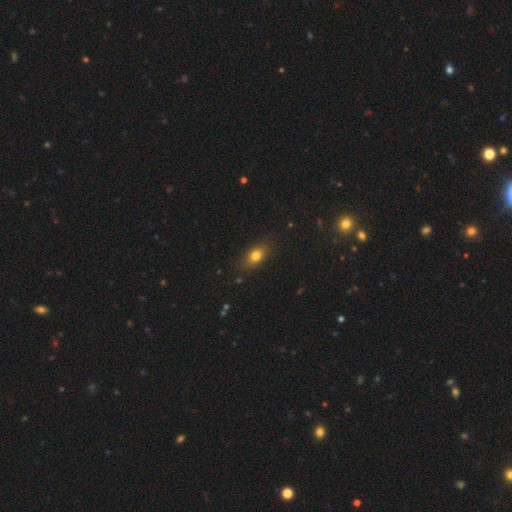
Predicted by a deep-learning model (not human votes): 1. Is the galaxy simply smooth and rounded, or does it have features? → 79% smooth, 11% star or artifact, 10% featured or disk.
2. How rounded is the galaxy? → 78% in between, 17% round, 5% cigar-shaped.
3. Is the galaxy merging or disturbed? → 83% none, 13% minor disturbance, 3% major disturbance, 1% merger.